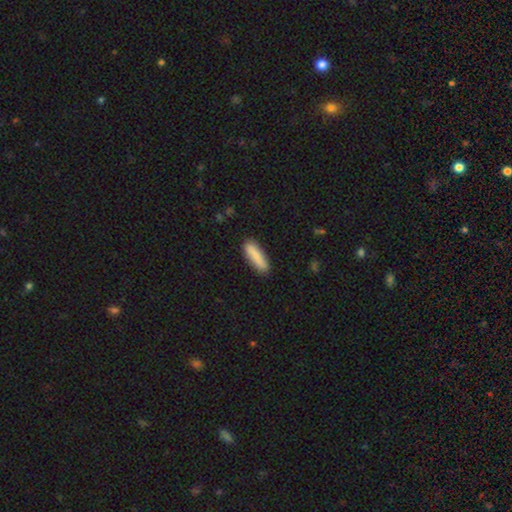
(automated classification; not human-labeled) A smooth galaxy with no disk features (84%) that is cigar-shaped (70%). Merging: none (85%).